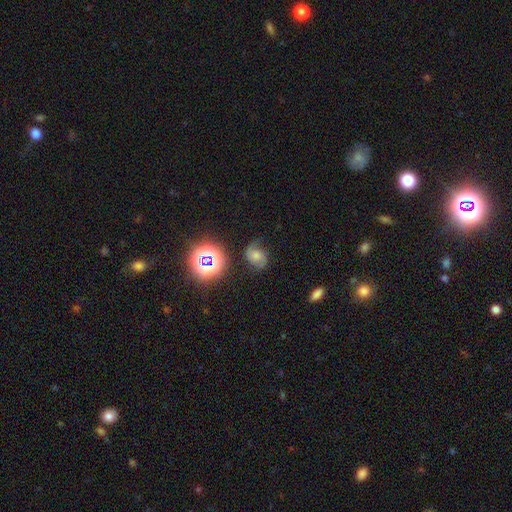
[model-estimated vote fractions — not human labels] Morphology: type=featured or disk (58%); edge-on=no (97%); bar=no (59%); spiral arms=yes (93%); winding=medium (50%); arm count=2 (82%); bulge=moderate (49%); merging=none (71%).